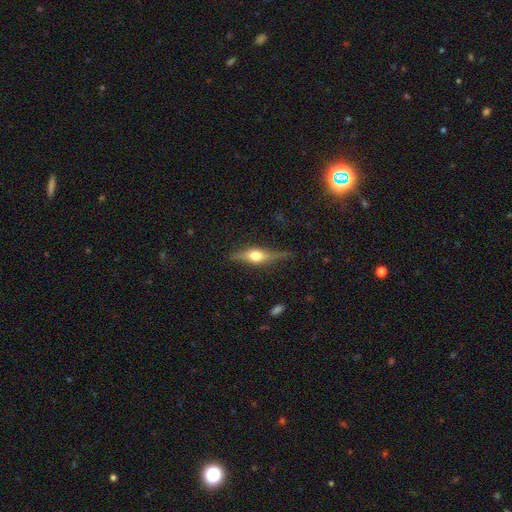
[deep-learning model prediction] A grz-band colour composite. It shows a featured or disk galaxy (60%) viewed edge-on (92%) with a rounded central bulge (94%). Merging: none (75%).